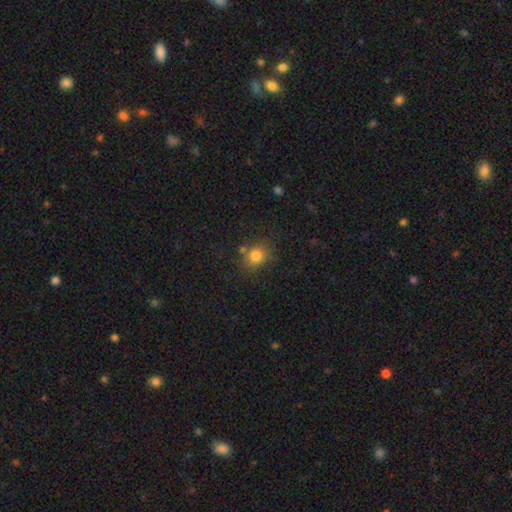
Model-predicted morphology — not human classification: Smooth or featured?
  - smooth: 80% *
  - star or artifact: 13%
  - featured or disk: 7%
How rounded?
  - round: 71% *
  - in between: 28%
  - cigar-shaped: 1%
Merging?
  - none: 73% *
  - minor disturbance: 14%
  - merger: 8%
  - major disturbance: 4%